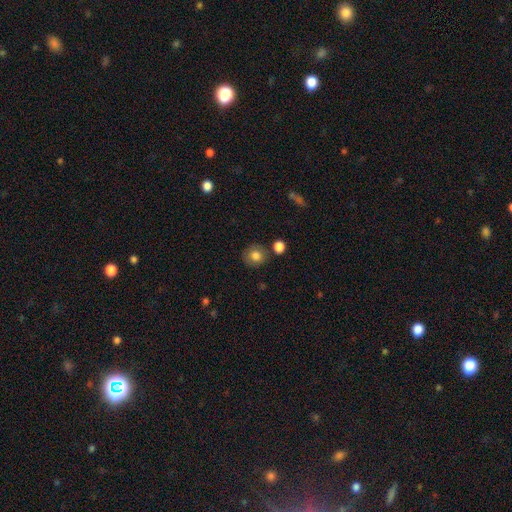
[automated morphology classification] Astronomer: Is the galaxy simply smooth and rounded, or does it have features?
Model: smooth — 81%.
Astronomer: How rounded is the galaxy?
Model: round — 85%.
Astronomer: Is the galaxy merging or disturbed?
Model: none — 80%.